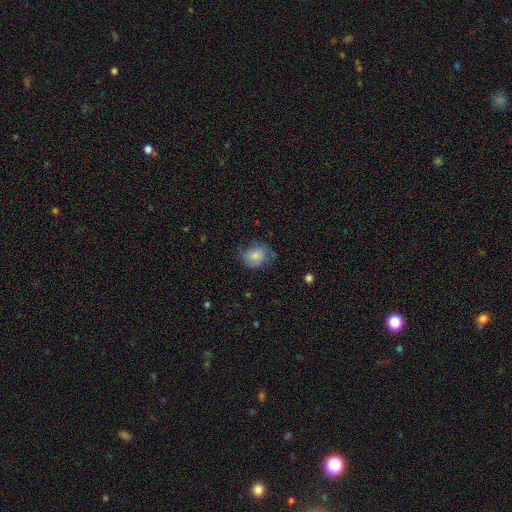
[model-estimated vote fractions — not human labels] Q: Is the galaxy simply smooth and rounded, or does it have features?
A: smooth — 71%.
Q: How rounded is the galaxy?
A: round — 55%.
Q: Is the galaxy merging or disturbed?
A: none — 58%.